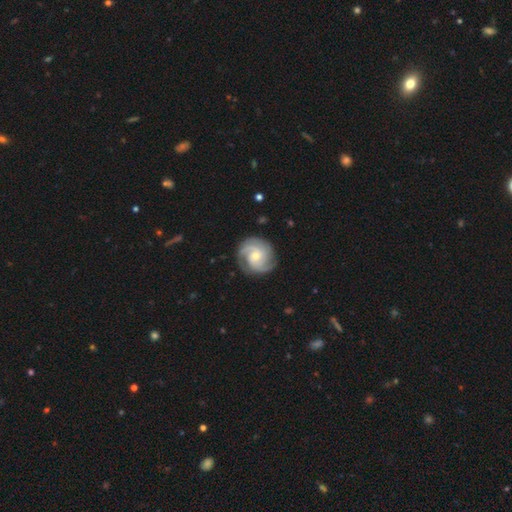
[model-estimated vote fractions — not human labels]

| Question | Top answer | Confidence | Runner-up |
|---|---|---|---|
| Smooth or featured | featured or disk | 88% | smooth (7%) |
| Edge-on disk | no | 98% | yes (2%) |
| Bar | no | 67% | weak (28%) |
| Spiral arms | yes | 98% | no (2%) |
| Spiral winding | tight | 55% | medium (38%) |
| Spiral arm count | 3 | 45% | 2 (28%) |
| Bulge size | small | 56% | moderate (40%) |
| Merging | none | 83% | minor disturbance (12%) |